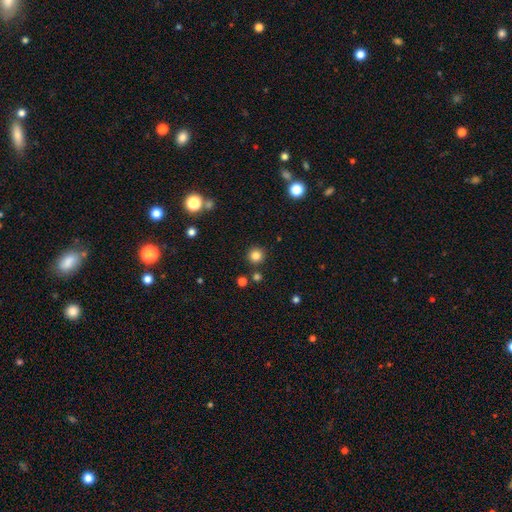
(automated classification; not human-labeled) This appears to be a smooth galaxy with no disk features (82%) that is round (95%). Merging: none (89%).